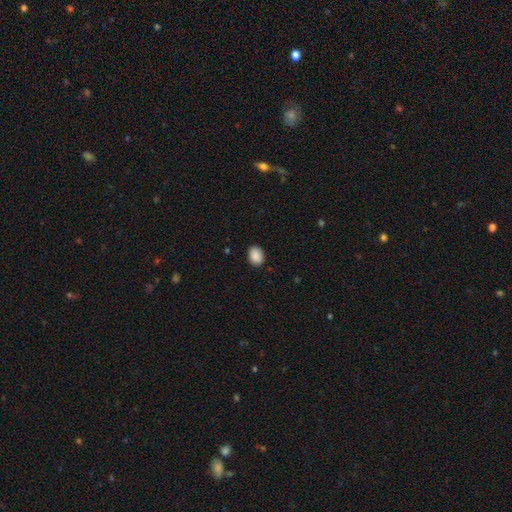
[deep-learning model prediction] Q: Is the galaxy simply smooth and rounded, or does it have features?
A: smooth — 89%.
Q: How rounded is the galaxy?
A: in between — 66%.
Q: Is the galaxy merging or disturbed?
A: none — 87%.